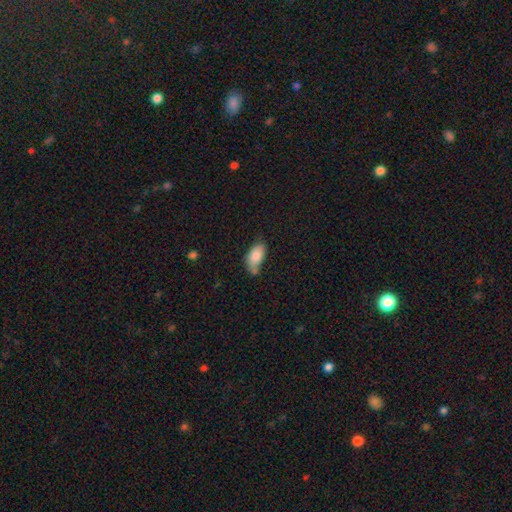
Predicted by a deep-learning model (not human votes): smooth 82%, featured or disk 11%, star or artifact 7%. Down the decision tree: how rounded — in between (93%); merging — none (49%).